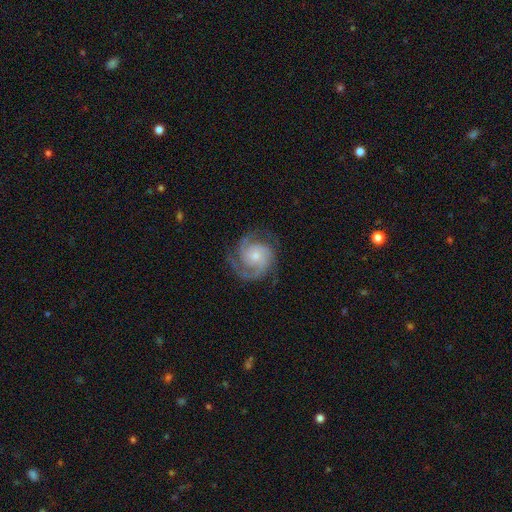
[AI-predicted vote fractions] Smooth or featured: featured or disk — 89% (smooth — 7%)
Edge-on disk: no — 98% (yes — 2%)
Bar: no — 73% (weak — 23%)
Spiral arms: yes — 98% (no — 2%)
Spiral winding: tight — 51% (medium — 41%)
Spiral arm count: 2 — 51% (3 — 30%)
Bulge size: small — 53% (moderate — 38%)
Merging: none — 75% (minor disturbance — 16%)